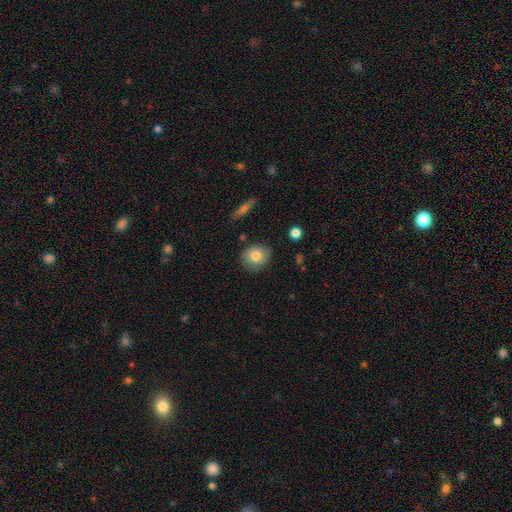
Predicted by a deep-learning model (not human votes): This is likely a smooth galaxy (79%). How rounded: likely round (72%). Merging: clearly none (81%).